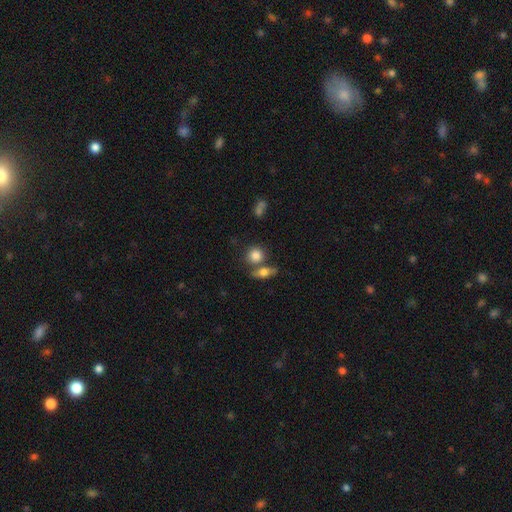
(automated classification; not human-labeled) Overall: smooth (80%). How rounded: round (76%). Merging: none (58%; merger 27%).